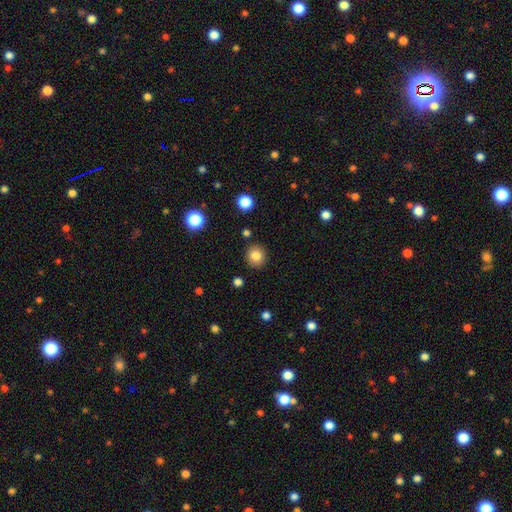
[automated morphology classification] smooth 83%, star or artifact 11%, featured or disk 6%. Down the decision tree: how rounded — round (92%); merging — none (90%).